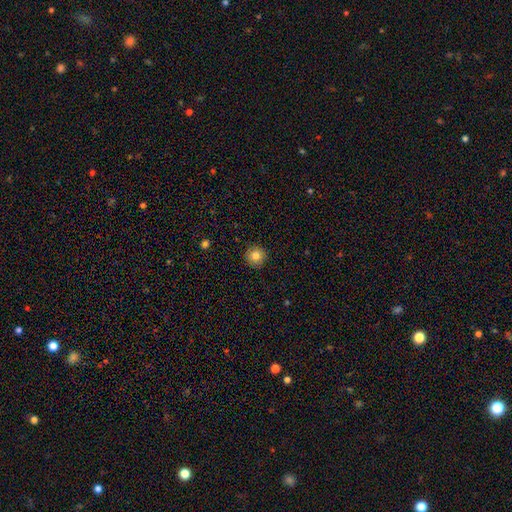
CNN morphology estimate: Smooth or featured? Predicted: smooth (p=0.82). How rounded? Predicted: round (p=0.95). Merging? Predicted: none (p=0.92).